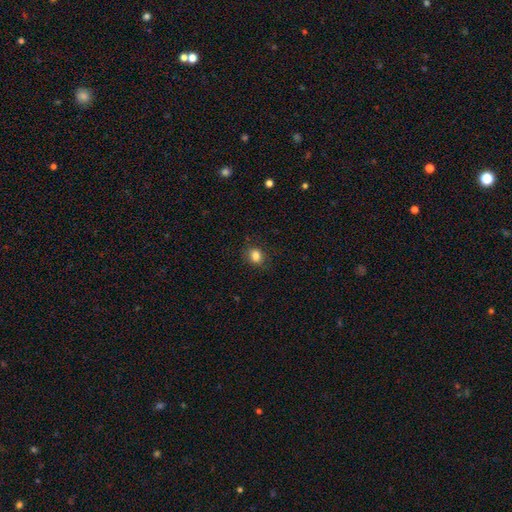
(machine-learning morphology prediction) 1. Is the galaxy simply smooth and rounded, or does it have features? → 84% smooth, 11% star or artifact, 5% featured or disk.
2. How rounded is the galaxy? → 62% round, 37% in between, 1% cigar-shaped.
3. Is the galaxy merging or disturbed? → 83% none, 13% minor disturbance, 4% major disturbance, 1% merger.